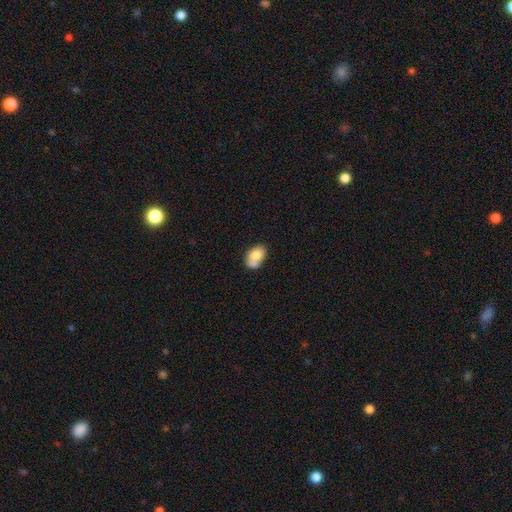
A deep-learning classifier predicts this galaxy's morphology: smooth 75%, featured or disk 17%, star or artifact 8%. Down the decision tree: how rounded — in between (80%); merging — merger (38%, tied with none).